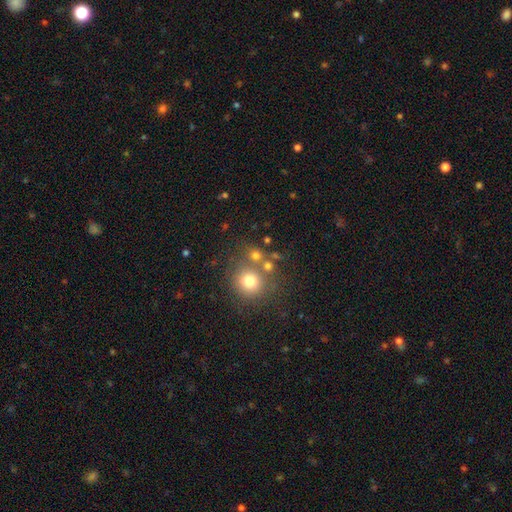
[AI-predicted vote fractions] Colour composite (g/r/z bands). It shows a smooth galaxy with no disk features (70%) that is round (85%). Merging: none (59%).